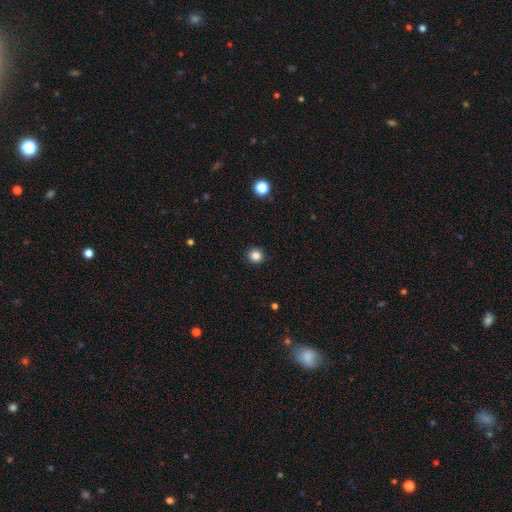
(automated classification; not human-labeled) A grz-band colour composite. It shows a smooth galaxy with no disk features (85%) that is round (90%). Merging: none (92%).